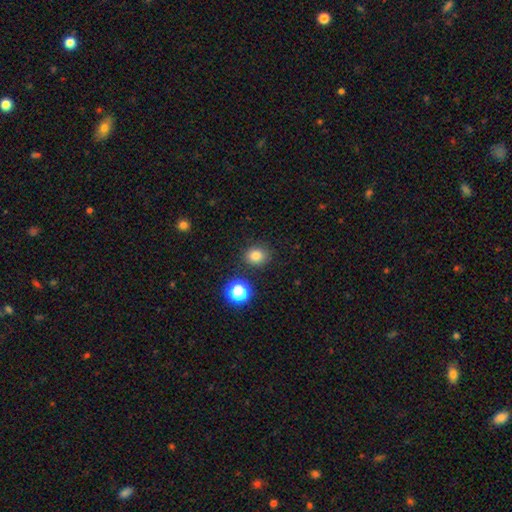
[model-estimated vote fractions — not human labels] Q: Smooth or featured?
A: smooth (80%); runner-up: star or artifact (14%)
Q: How rounded?
A: round (72%); runner-up: in between (27%)
Q: Merging?
A: none (84%); runner-up: minor disturbance (9%)